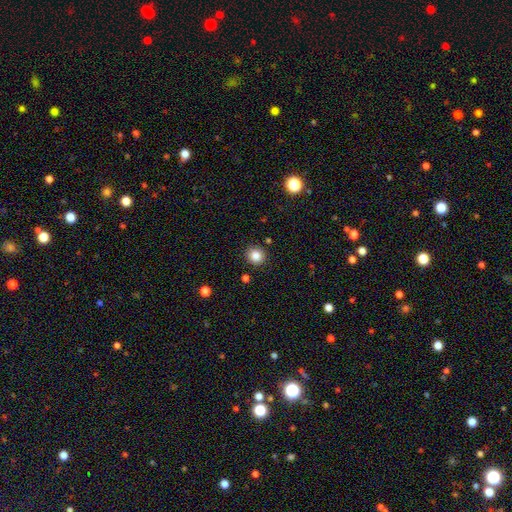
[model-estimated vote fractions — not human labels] smooth 84%, star or artifact 11%, featured or disk 5%. Down the decision tree: how rounded — round (90%); merging — none (90%).